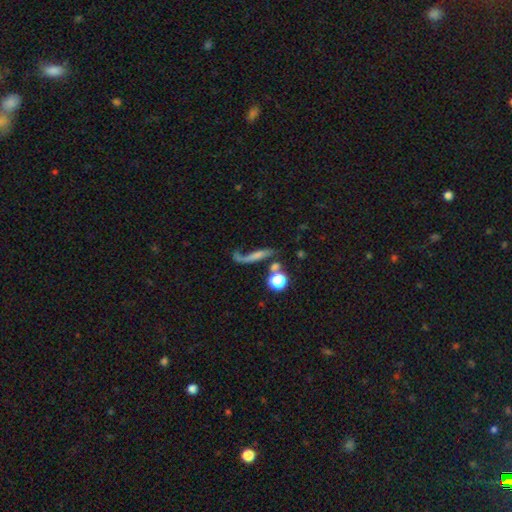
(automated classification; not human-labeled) This is marginally a smooth galaxy (44%). Merging: marginally none (43%).